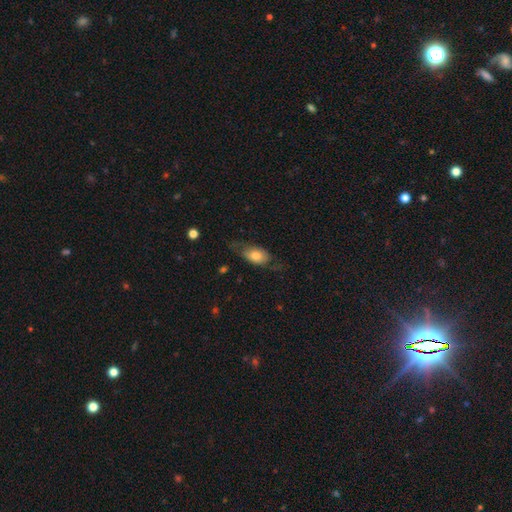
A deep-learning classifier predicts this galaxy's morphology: Smooth or featured? smooth (68%)
How rounded? in between (86%)
Merging? none (55%)